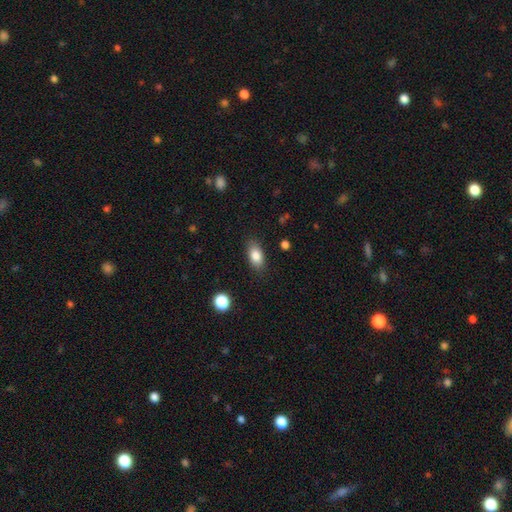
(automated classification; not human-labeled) smooth 84%, star or artifact 8%, featured or disk 8%. Down the decision tree: how rounded — in between (88%); merging — none (85%).